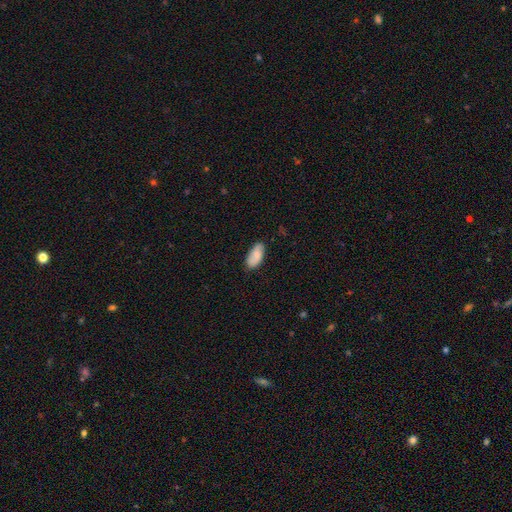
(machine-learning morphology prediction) Q: Smooth or featured?
A: smooth (79%); runner-up: featured or disk (15%)
Q: How rounded?
A: in between (91%); runner-up: cigar-shaped (7%)
Q: Merging?
A: none (79%); runner-up: minor disturbance (17%)